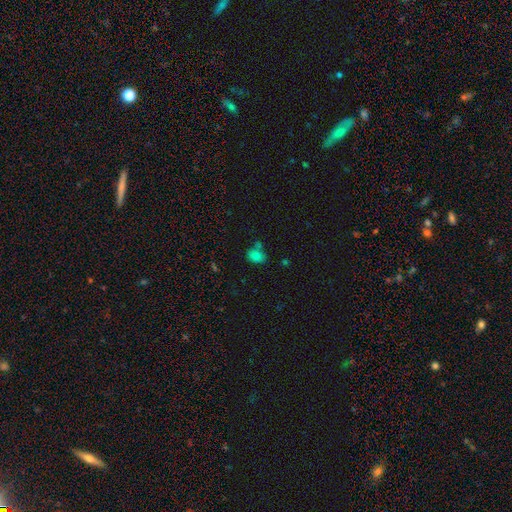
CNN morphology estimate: This appears to be a smooth galaxy with no disk features (78%) that is in between round and cigar-shaped (59%). Merging: none (60%).